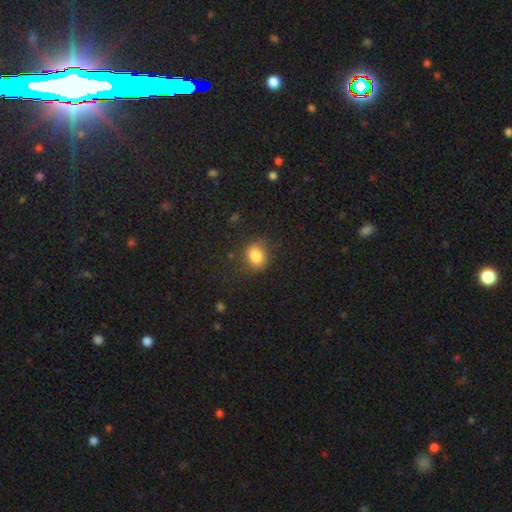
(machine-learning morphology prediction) Smooth or featured?
  - smooth: 83% *
  - star or artifact: 10%
  - featured or disk: 6%
How rounded?
  - round: 53% *
  - in between: 46%
  - cigar-shaped: 1%
Merging?
  - none: 78% *
  - minor disturbance: 15%
  - major disturbance: 5%
  - merger: 1%